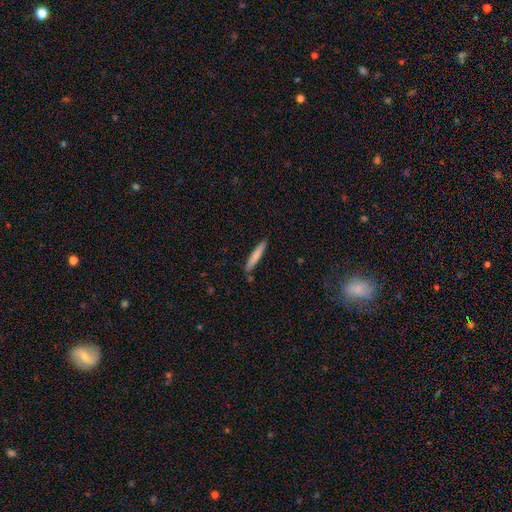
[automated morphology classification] A smooth galaxy with no disk features (76%) that is cigar-shaped (94%).

Vote fractions:
- Smooth or featured? smooth: 76% / featured or disk: 18% / star or artifact: 6%
- How rounded? cigar-shaped: 94% / in between: 5% / round: 1%
- Merging? none: 85% / minor disturbance: 10% / merger: 3% / major disturbance: 2%